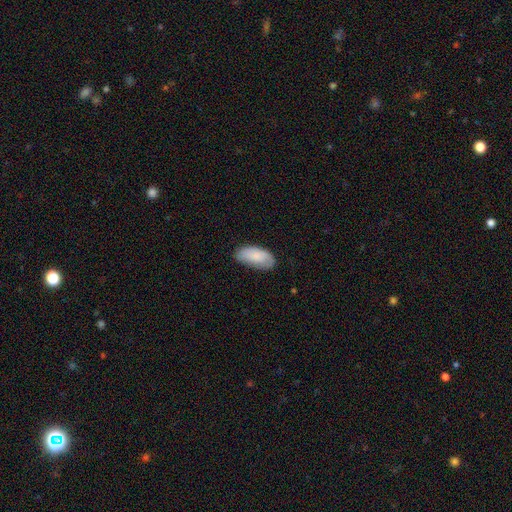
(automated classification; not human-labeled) Smooth or featured? smooth (82%)
How rounded? in between (93%)
Merging? none (69%)